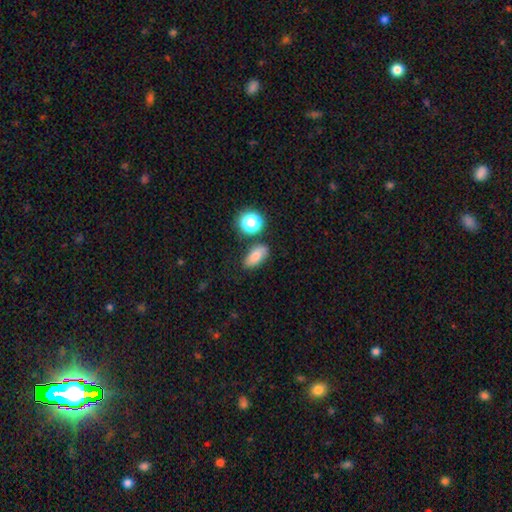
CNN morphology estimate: smooth_or_featured: smooth (p=0.76) [alt: star or artifact p=0.12]
how_rounded: in between (p=0.80) [alt: round p=0.13]
merging: none (p=0.75) [alt: minor disturbance p=0.15]